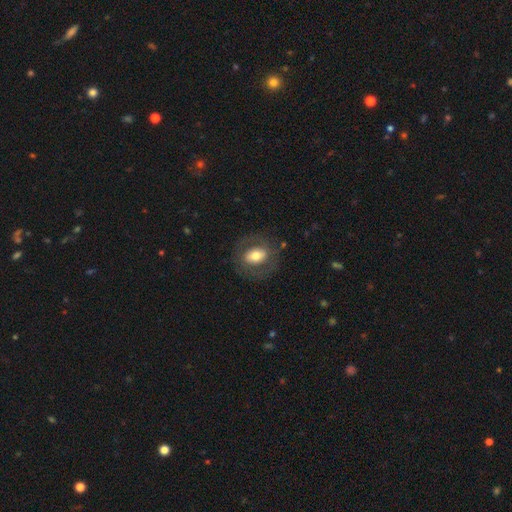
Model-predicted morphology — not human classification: Smooth or featured?
  - smooth: 53% *
  - featured or disk: 39%
  - star or artifact: 7%
How rounded?
  - in between: 60% *
  - round: 38%
  - cigar-shaped: 2%
Merging?
  - none: 75% *
  - minor disturbance: 14%
  - major disturbance: 10%
  - merger: 1%